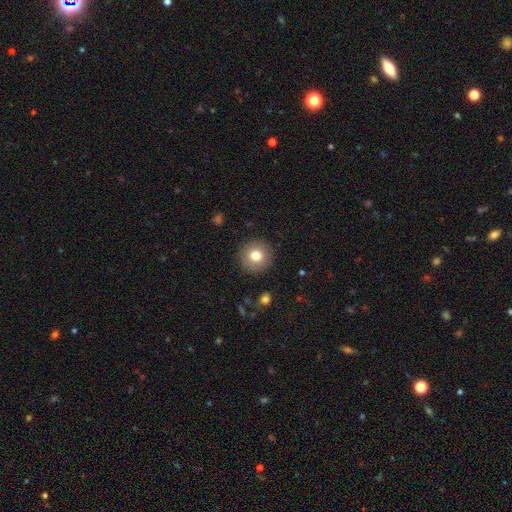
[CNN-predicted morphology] smooth 77%, featured or disk 12%, star or artifact 11%. Down the decision tree: how rounded — round (95%); merging — none (91%).